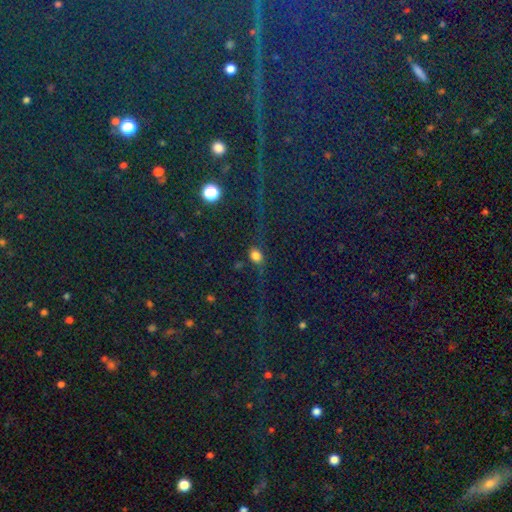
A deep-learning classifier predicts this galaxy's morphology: Overall: smooth (71%). How rounded: in between (65%; round 31%). Merging: none (66%).